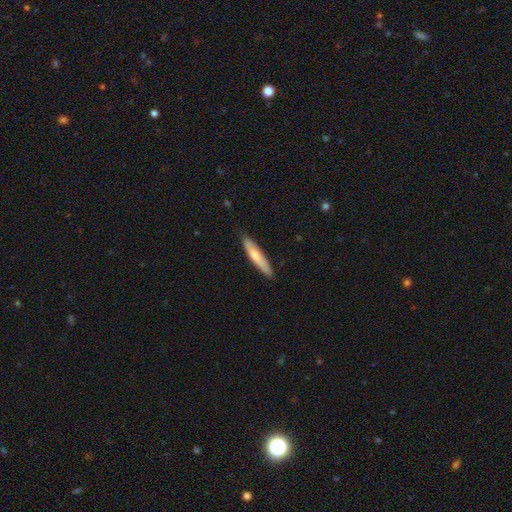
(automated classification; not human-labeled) A smooth galaxy with no disk features (68%) that is cigar-shaped (87%). Merging: none (85%).